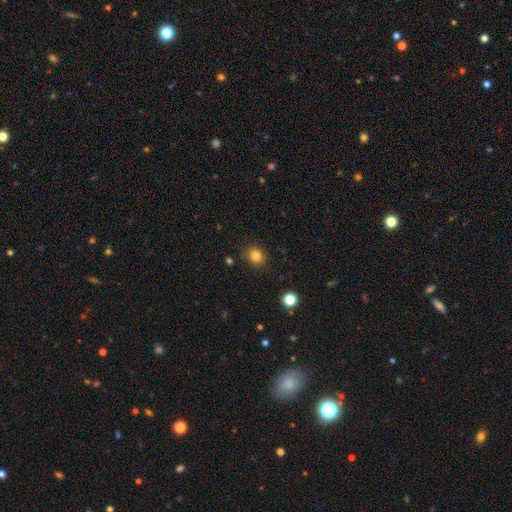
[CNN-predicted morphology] This appears to be a smooth galaxy with no disk features (82%) that is round (67%). Merging: none (85%).